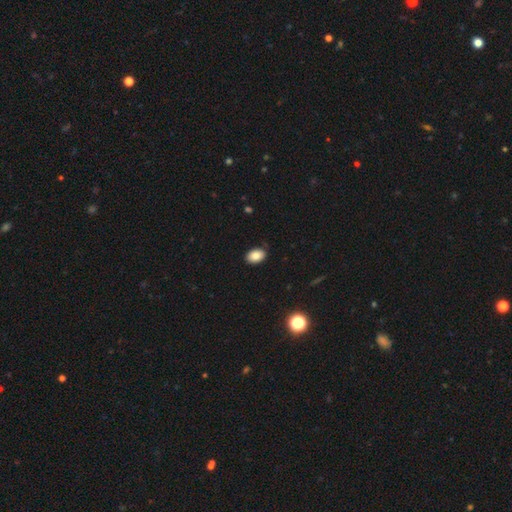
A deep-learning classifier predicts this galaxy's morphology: This appears to be a smooth galaxy with no disk features (85%) that is in between round and cigar-shaped (83%). Merging: none (87%).